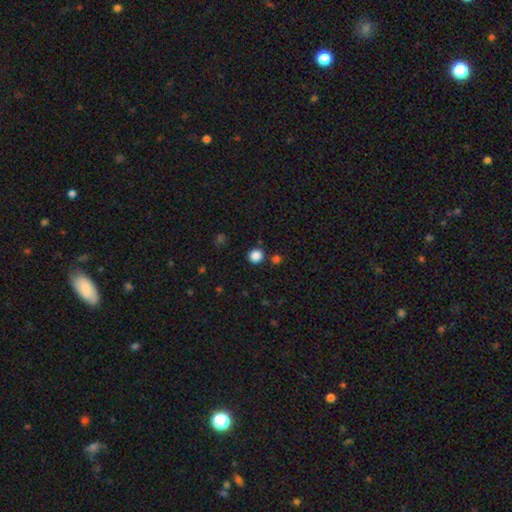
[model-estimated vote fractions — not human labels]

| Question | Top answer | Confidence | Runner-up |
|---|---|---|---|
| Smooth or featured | smooth | 86% | star or artifact (11%) |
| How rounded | round | 92% | in between (7%) |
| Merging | none | 87% | minor disturbance (6%) |